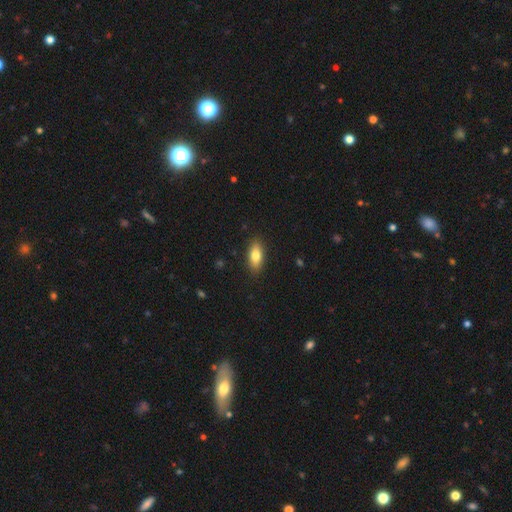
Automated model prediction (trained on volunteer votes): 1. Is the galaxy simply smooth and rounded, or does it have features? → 79% smooth, 14% featured or disk, 7% star or artifact.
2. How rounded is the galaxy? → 84% in between, 12% cigar-shaped, 4% round.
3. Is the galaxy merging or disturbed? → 88% none, 9% minor disturbance, 2% major disturbance, 1% merger.